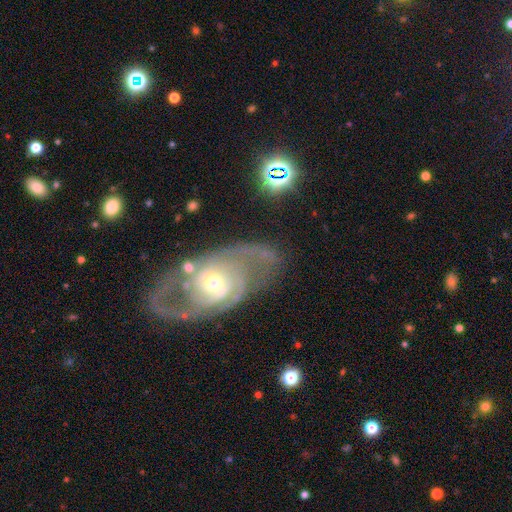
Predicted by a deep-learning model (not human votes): Smooth or featured? Predicted: featured or disk (p=0.87). Edge-on disk? Predicted: no (p=0.95). Bar? Predicted: no (p=0.61). Spiral arms? Predicted: yes (p=0.95). Spiral winding? Predicted: medium (p=0.44, tied with tight). Spiral arm count? Predicted: 2 (p=0.69). Bulge size? Predicted: moderate (p=0.47, tied with small). Merging? Predicted: none (p=0.73).